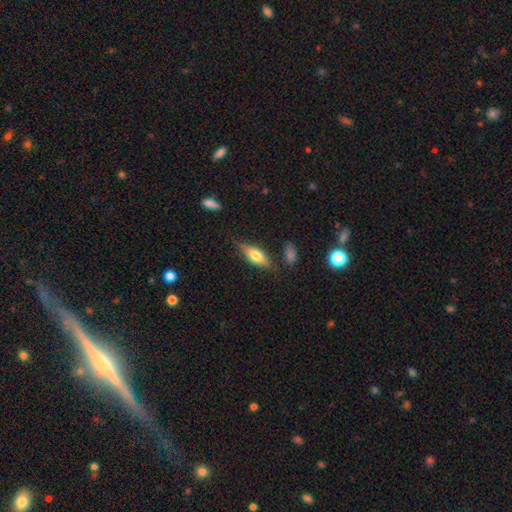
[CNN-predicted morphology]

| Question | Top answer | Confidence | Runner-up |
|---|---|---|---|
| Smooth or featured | smooth | 64% | featured or disk (29%) |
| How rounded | in between | 64% | cigar-shaped (34%) |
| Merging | none | 75% | minor disturbance (17%) |